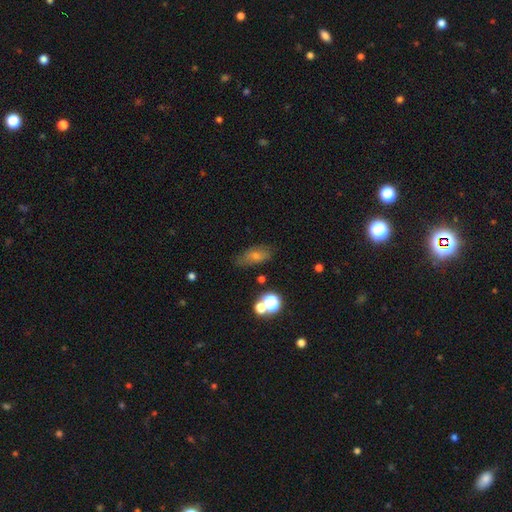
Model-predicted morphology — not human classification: This is possibly a smooth galaxy (58%). How rounded: likely in between (74%). Merging: likely none (72%).